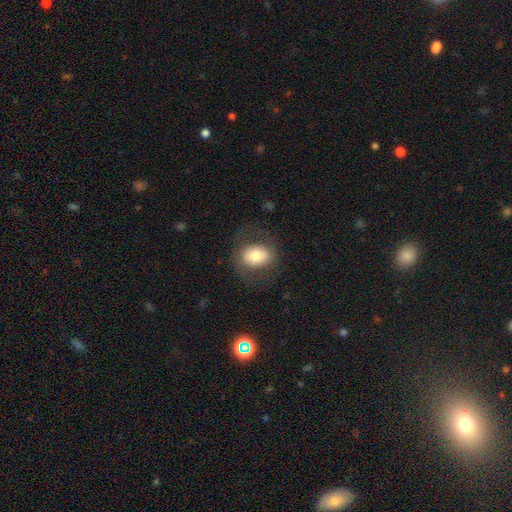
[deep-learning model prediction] This is likely a smooth galaxy (71%). How rounded: possibly in between (59%). Merging: likely none (73%).